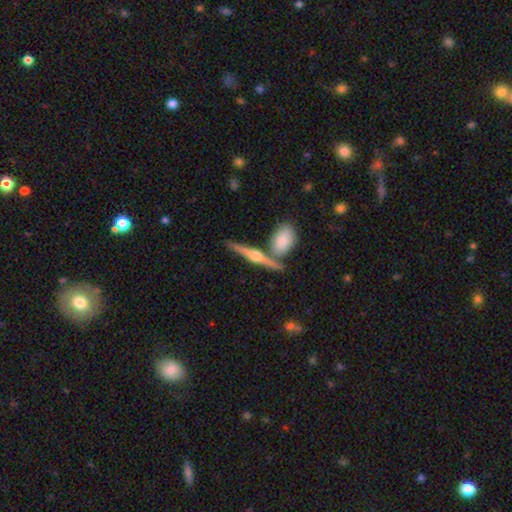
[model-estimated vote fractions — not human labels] Q: Smooth or featured?
A: featured or disk (76%); runner-up: smooth (18%)
Q: Edge-on disk?
A: yes (97%); runner-up: no (3%)
Q: Edge-on bulge?
A: rounded (92%); runner-up: boxy (5%)
Q: Merging?
A: none (73%); runner-up: merger (16%)